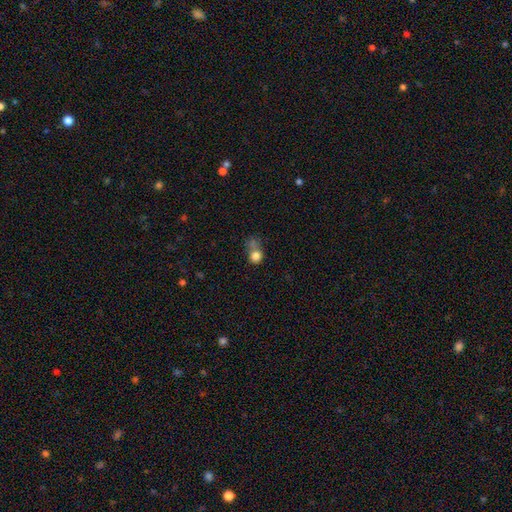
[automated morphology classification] smooth_or_featured: smooth (p=0.79) [alt: star or artifact p=0.11]
how_rounded: round (p=0.74) [alt: in between p=0.24]
merging: none (p=0.37) [alt: merger p=0.33]